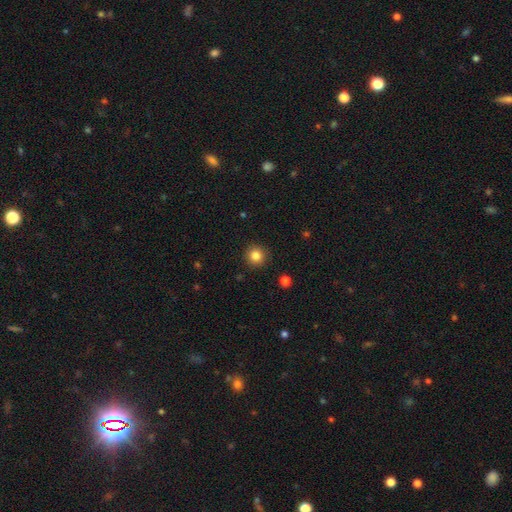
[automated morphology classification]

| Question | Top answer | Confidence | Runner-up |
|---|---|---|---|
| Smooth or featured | smooth | 84% | star or artifact (11%) |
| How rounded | round | 94% | in between (5%) |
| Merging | none | 91% | minor disturbance (6%) |